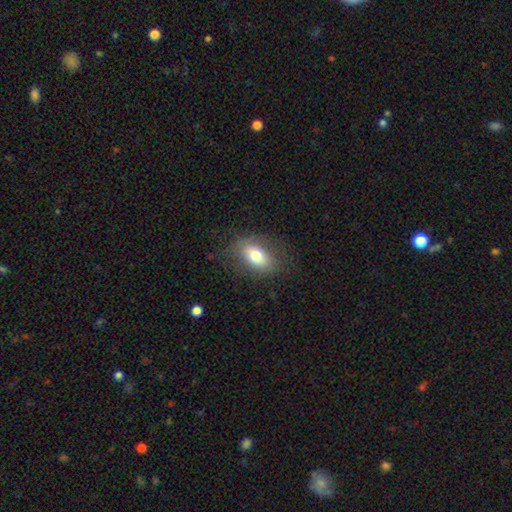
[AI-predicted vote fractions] This is likely a smooth galaxy (71%). How rounded: clearly in between (83%). Merging: likely none (75%).